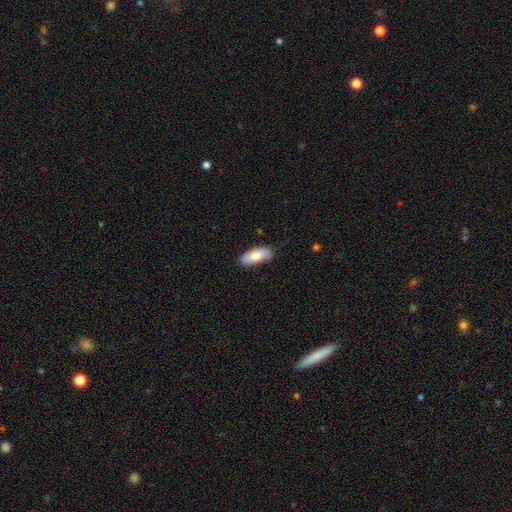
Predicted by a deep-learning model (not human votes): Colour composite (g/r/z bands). It shows a smooth galaxy with no disk features (78%) that is in between round and cigar-shaped (84%). Merging: none (79%).